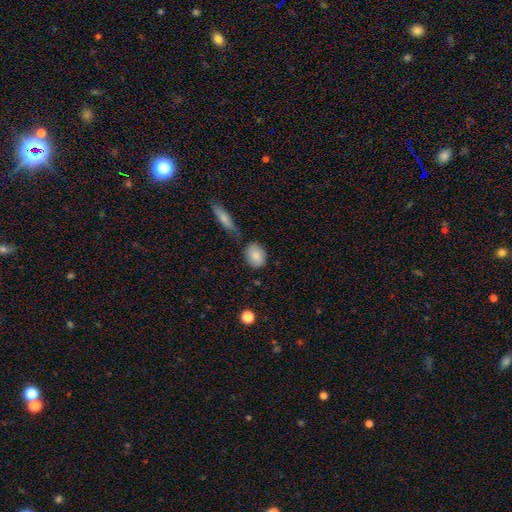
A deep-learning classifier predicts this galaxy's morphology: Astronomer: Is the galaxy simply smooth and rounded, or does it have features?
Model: smooth — 82%.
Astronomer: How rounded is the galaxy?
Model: in between — 55% (runner-up: round, 43%).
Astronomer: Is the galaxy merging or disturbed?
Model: none — 68%.